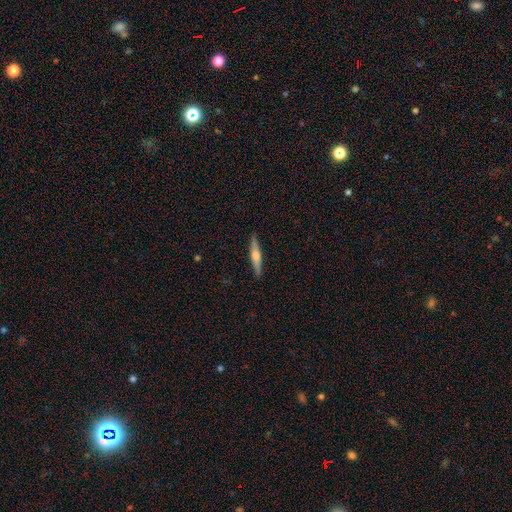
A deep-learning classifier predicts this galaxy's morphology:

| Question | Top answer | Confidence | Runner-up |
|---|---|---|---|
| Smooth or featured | featured or disk | 55% | smooth (39%) |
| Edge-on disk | yes | 96% | no (4%) |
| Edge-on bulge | rounded | 85% | none (7%) |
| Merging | none | 90% | minor disturbance (7%) |